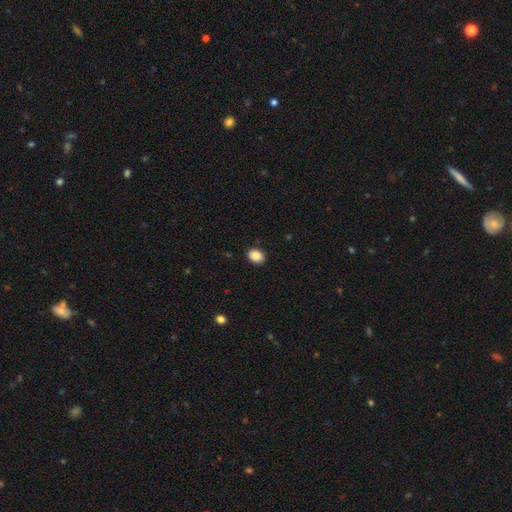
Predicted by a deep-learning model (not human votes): The model was most divided on "how rounded": in between: 62%, round: 37%, cigar-shaped: 1%. More confident: merging — none (90%); smooth or featured — smooth (88%).